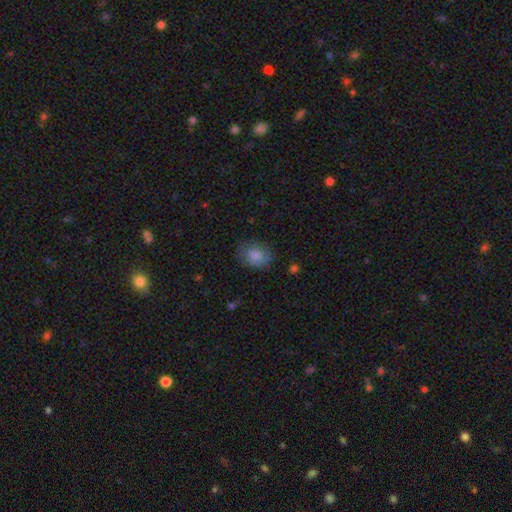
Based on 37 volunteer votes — smooth_or_featured: smooth (p=0.97) [alt: featured or disk p=0.03]
how_rounded: round (p=0.50) [tied with: in between p=0.50]
merging: none (p=0.84) [alt: major disturbance p=0.08]